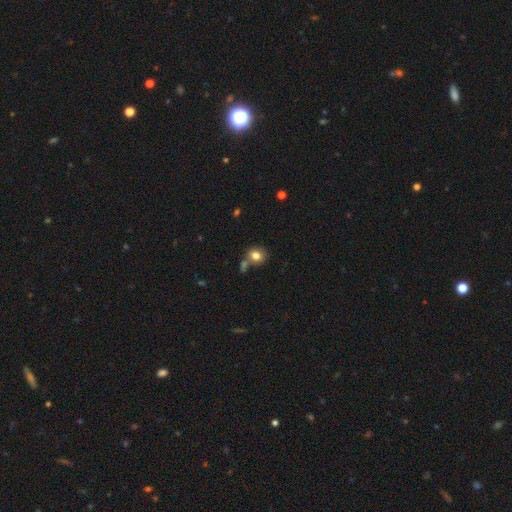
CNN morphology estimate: A smooth galaxy with no disk features (81%) that is round (76%).

Vote fractions:
- Smooth or featured? smooth: 81% / star or artifact: 11% / featured or disk: 9%
- How rounded? round: 76% / in between: 23% / cigar-shaped: 1%
- Merging? none: 63% / merger: 20% / minor disturbance: 13% / major disturbance: 4%